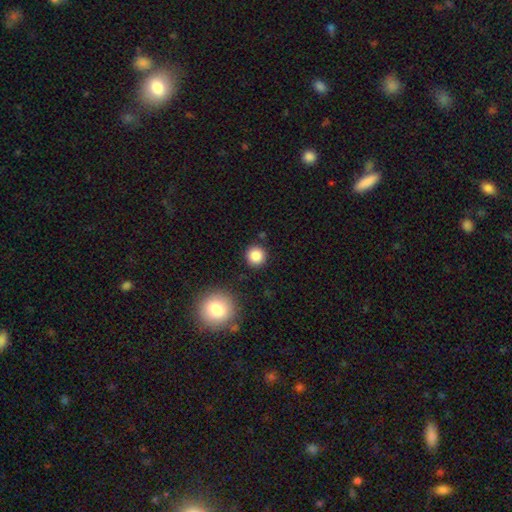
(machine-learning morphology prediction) smooth 85%, star or artifact 11%, featured or disk 4%. Down the decision tree: how rounded — round (94%); merging — none (88%).